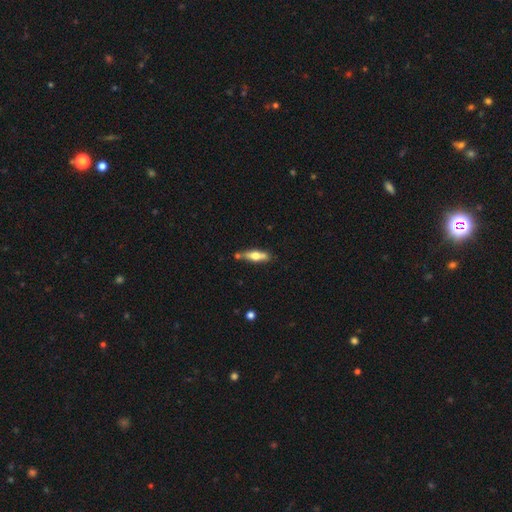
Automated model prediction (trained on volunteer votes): This is possibly a smooth galaxy (51%). How rounded: possibly cigar-shaped (58%). Merging: likely none (72%).